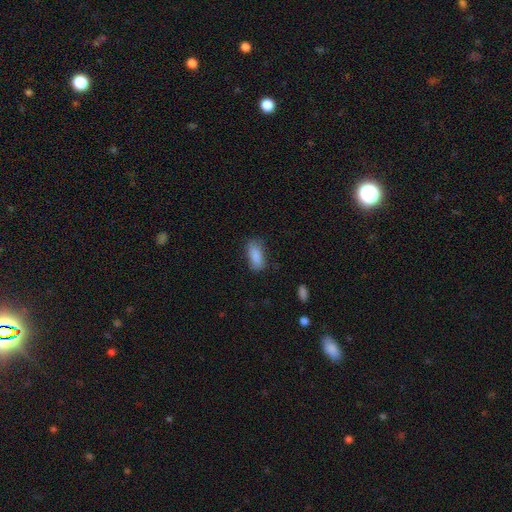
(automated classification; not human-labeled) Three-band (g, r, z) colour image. It shows a smooth galaxy with no disk features (87%) that is in between round and cigar-shaped (86%). Merging: none (72%).